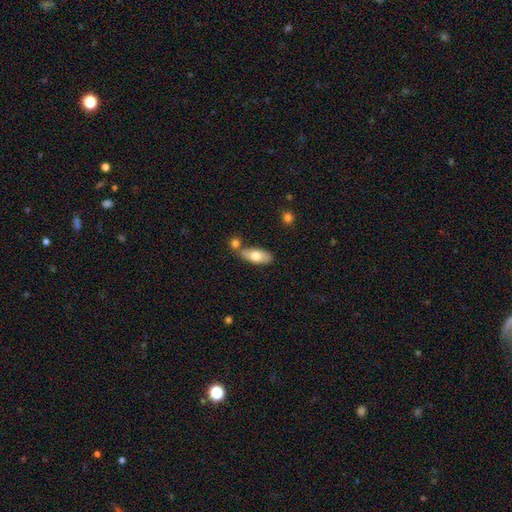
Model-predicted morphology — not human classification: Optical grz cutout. It shows a smooth galaxy with no disk features (72%) that is in between round and cigar-shaped (84%). Merging: none (64%).